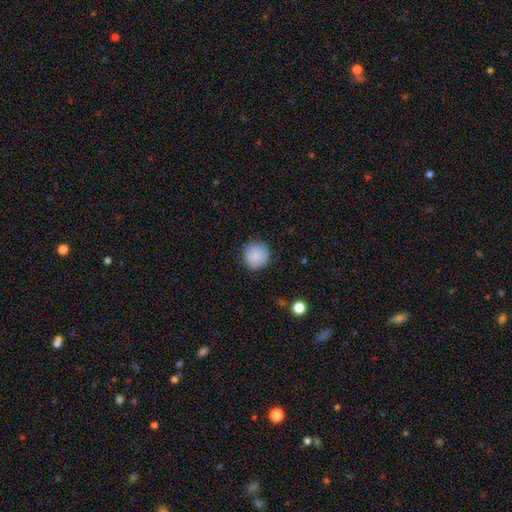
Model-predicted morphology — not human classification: Smooth or featured? Predicted: smooth (p=0.88). How rounded? Predicted: round (p=0.94). Merging? Predicted: none (p=0.89).